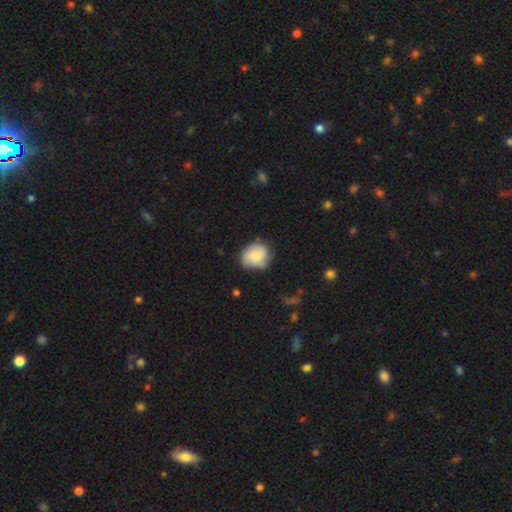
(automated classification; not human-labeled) Smooth or featured?
  - smooth: 59% *
  - featured or disk: 33%
  - star or artifact: 8%
How rounded?
  - round: 67% *
  - in between: 32%
  - cigar-shaped: 1%
Merging?
  - none: 66% *
  - minor disturbance: 25%
  - major disturbance: 8%
  - merger: 2%